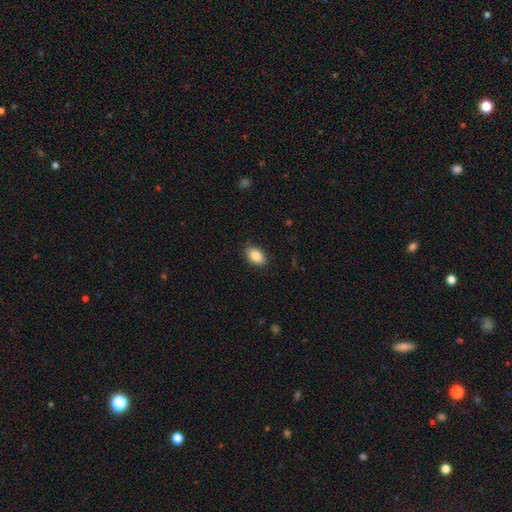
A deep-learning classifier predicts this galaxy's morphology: A smooth galaxy with no disk features (87%) that is in between round and cigar-shaped (91%).

Vote fractions:
- Smooth or featured? smooth: 87% / star or artifact: 7% / featured or disk: 6%
- How rounded? in between: 91% / round: 8% / cigar-shaped: 1%
- Merging? none: 86% / minor disturbance: 11% / major disturbance: 2% / merger: 1%